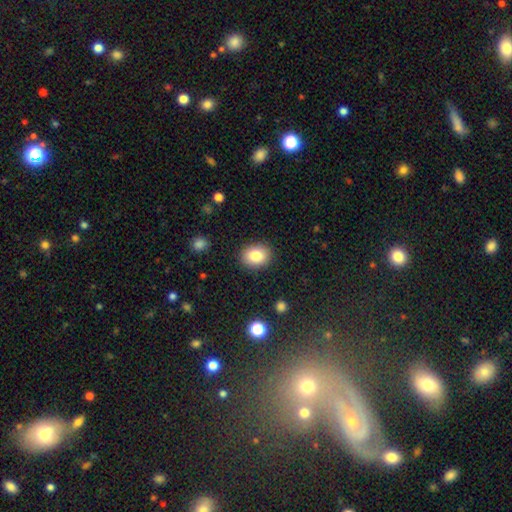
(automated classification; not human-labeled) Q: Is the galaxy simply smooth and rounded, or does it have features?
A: smooth — 83%.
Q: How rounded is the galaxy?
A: in between — 58%.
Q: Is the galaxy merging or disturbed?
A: none — 88%.